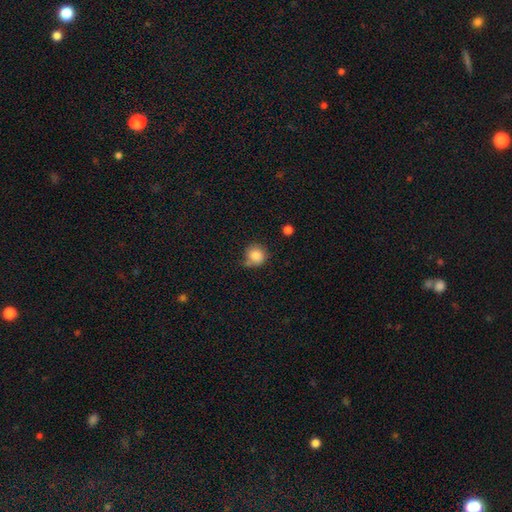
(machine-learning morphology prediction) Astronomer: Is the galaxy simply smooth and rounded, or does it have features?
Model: smooth — 85%.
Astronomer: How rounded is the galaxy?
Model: round — 89%.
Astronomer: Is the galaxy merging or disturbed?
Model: none — 61%.